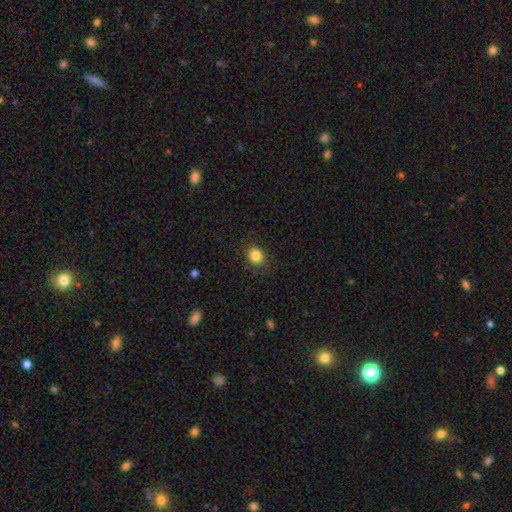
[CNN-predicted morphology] Smooth or featured: smooth — 84% (star or artifact — 11%)
How rounded: round — 64% (in between — 35%)
Merging: none — 87% (minor disturbance — 10%)